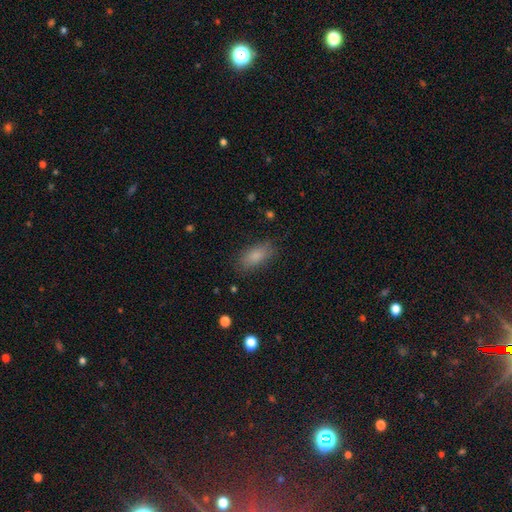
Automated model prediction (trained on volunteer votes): smooth-or-featured: smooth: 84% | featured or disk: 8% | star or artifact: 8%
  how-rounded: in between: 84% | cigar-shaped: 12% | round: 4%
  merging: none: 83% | minor disturbance: 12% | major disturbance: 4% | merger: 1%